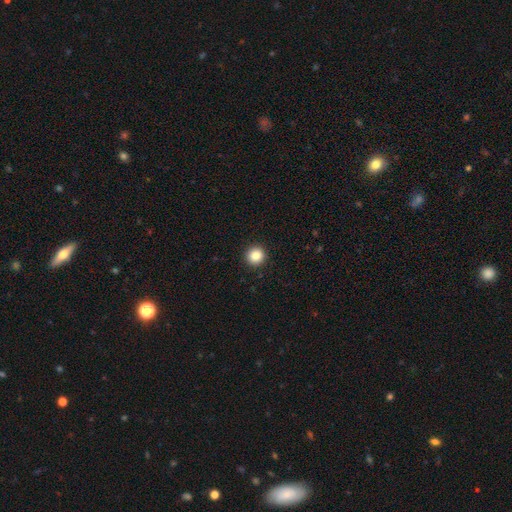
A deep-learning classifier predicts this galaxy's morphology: This is clearly a smooth galaxy (87%). How rounded: clearly round (94%). Merging: clearly none (93%).